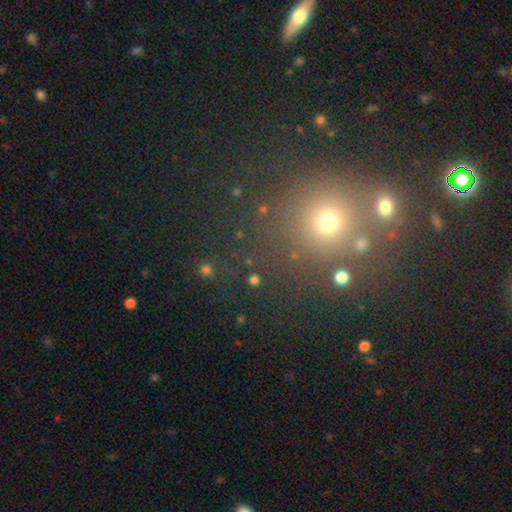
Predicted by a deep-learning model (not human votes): Smooth or featured?
  - smooth: 47% *
  - star or artifact: 43%
  - featured or disk: 10%
Merging?
  - none: 76% *
  - merger: 10%
  - minor disturbance: 9%
  - major disturbance: 5%